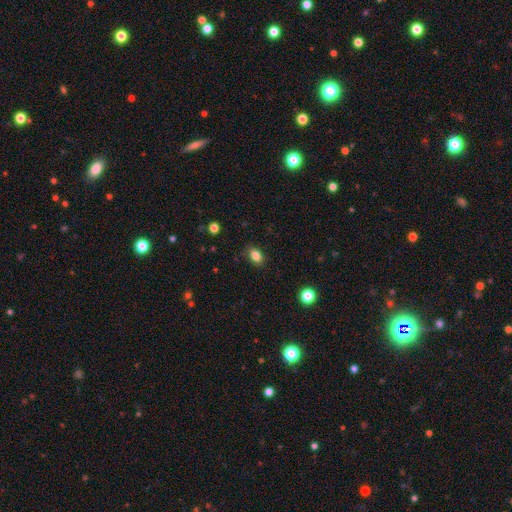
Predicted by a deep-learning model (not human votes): Smooth or featured? Predicted: smooth (p=0.84). How rounded? Predicted: in between (p=0.79). Merging? Predicted: none (p=0.85).